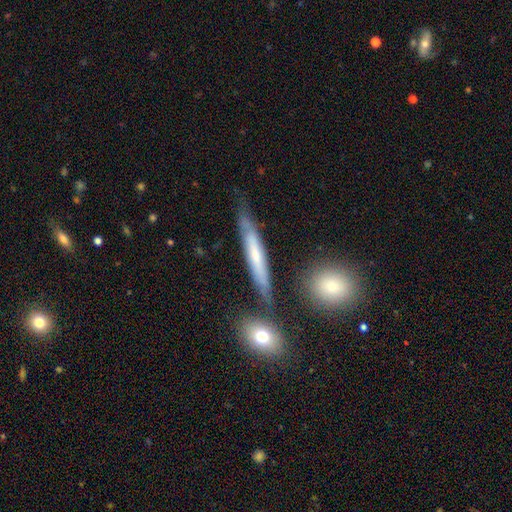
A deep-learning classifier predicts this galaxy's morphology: A featured or disk galaxy (47%).

Vote fractions:
- Smooth or featured? featured or disk: 47% / smooth: 45% / star or artifact: 8%
- Merging? none: 73% / minor disturbance: 17% / merger: 6% / major disturbance: 4%